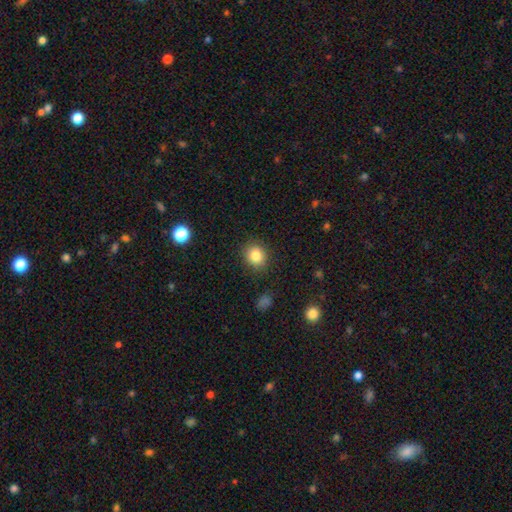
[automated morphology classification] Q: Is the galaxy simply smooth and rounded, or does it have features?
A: smooth — 83%.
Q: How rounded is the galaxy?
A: round — 73%.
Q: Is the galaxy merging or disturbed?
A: none — 87%.